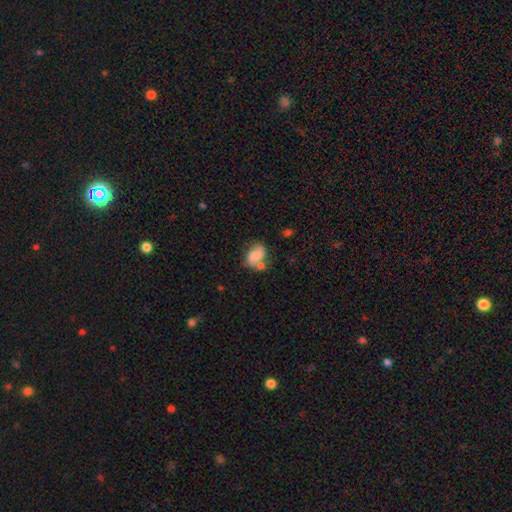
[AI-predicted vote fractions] The model was most divided on "merging": none: 44%, merger: 27%, minor disturbance: 21%, major disturbance: 8%. More confident: how rounded — in between (77%); smooth or featured — smooth (59%).